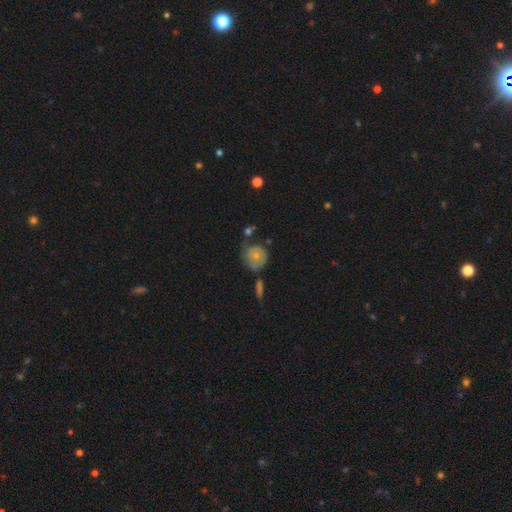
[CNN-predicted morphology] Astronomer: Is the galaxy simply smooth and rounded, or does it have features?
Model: smooth — 65%.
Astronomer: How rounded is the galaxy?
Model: round — 81%.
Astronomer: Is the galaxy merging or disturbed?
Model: none — 50% (runner-up: minor disturbance, 29%).